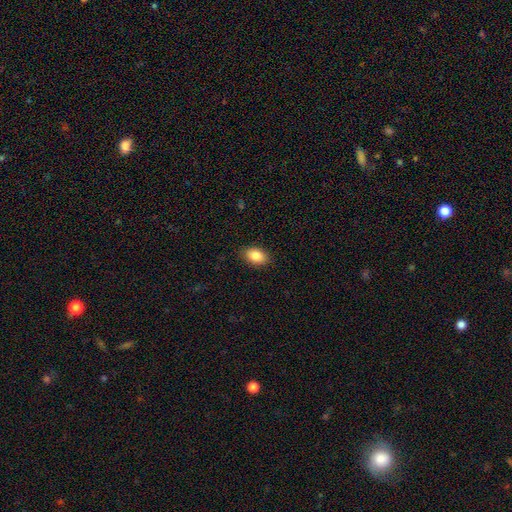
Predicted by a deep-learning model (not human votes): Smooth or featured: smooth — 86% (star or artifact — 8%)
How rounded: in between — 88% (round — 10%)
Merging: none — 88% (minor disturbance — 9%)